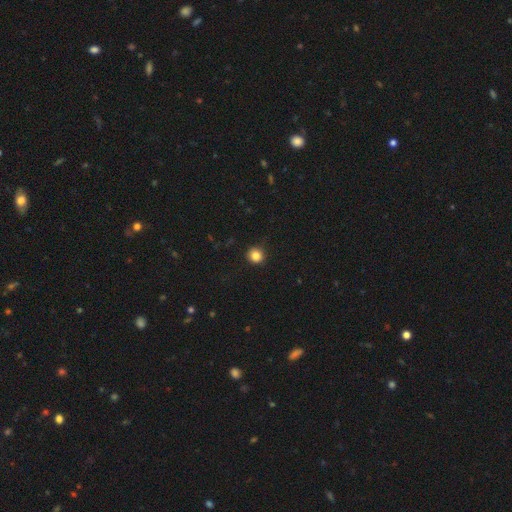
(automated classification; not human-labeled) This is clearly a smooth galaxy (84%). How rounded: clearly round (92%). Merging: clearly none (90%).